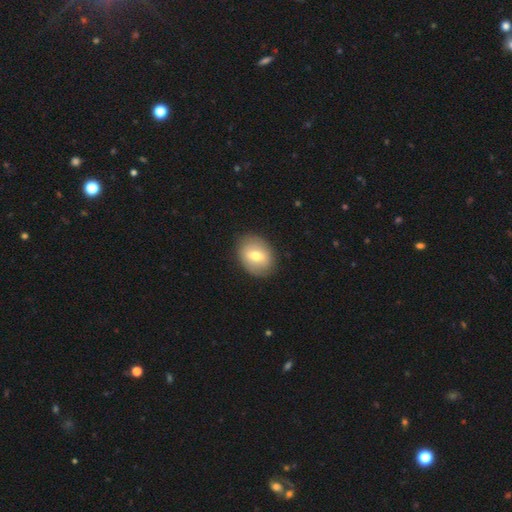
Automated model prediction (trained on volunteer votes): Smooth or featured? Predicted: smooth (p=0.61). How rounded? Predicted: in between (p=0.58). Merging? Predicted: none (p=0.85).